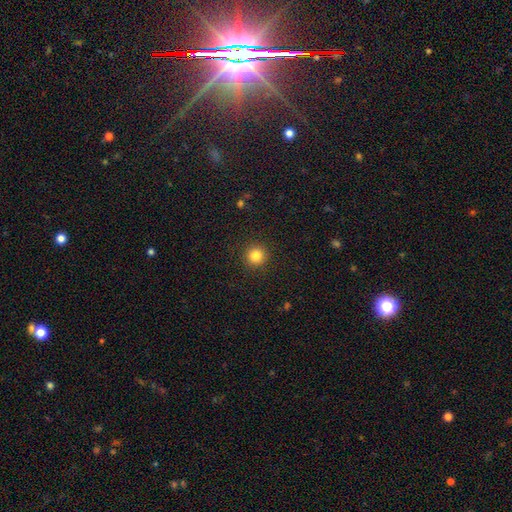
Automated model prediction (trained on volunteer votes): This is clearly a smooth galaxy (83%). How rounded: clearly round (95%). Merging: clearly none (92%).